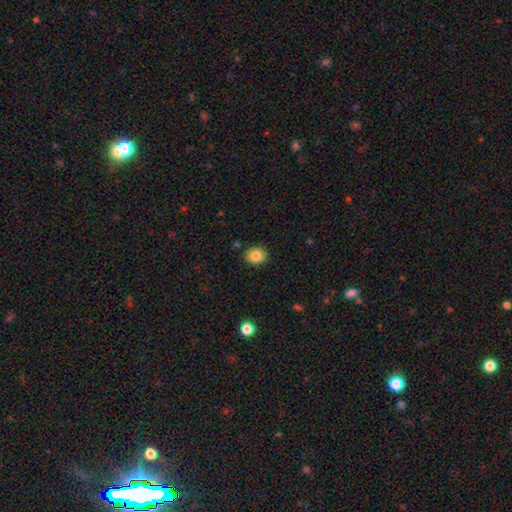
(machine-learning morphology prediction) smooth 85%, star or artifact 9%, featured or disk 6%. Down the decision tree: how rounded — round (65%); merging — none (88%).